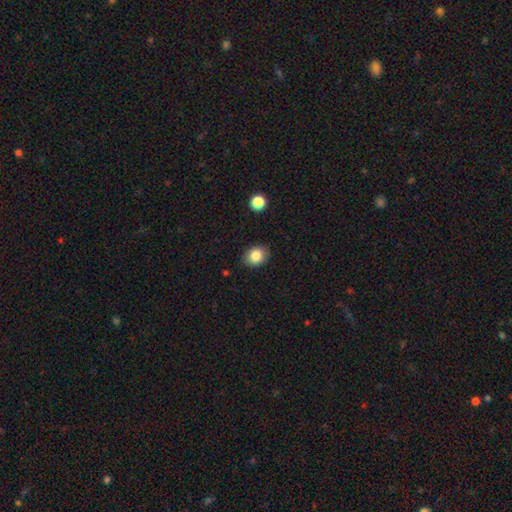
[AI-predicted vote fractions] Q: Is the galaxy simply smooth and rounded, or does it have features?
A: smooth — 84%.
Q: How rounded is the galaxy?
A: in between — 56%.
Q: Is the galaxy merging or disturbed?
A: none — 86%.